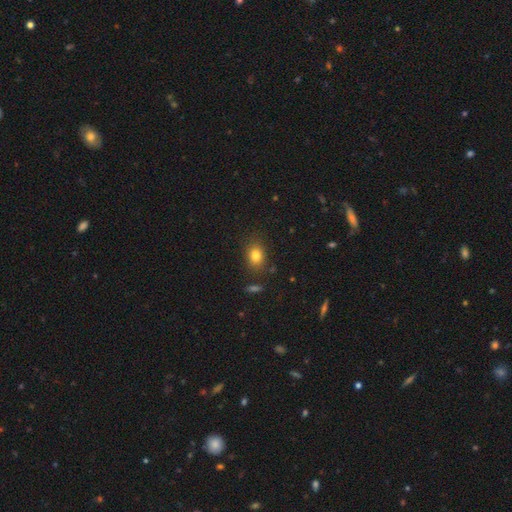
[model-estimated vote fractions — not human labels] smooth_or_featured: smooth (p=0.80) [alt: star or artifact p=0.12]
how_rounded: in between (p=0.61) [alt: round p=0.38]
merging: none (p=0.83) [alt: minor disturbance p=0.11]